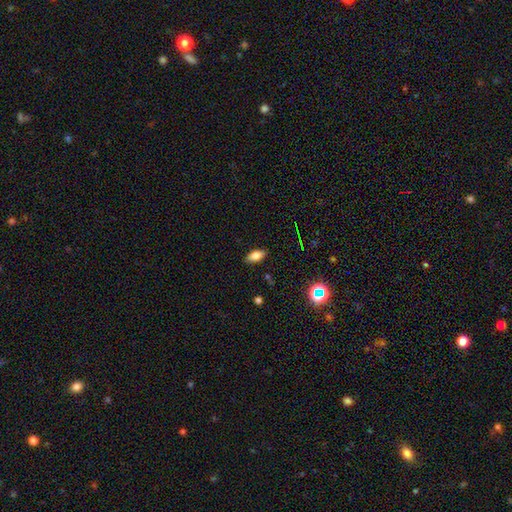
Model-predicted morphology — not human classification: A smooth galaxy with no disk features (79%) that is in between round and cigar-shaped (88%).

Vote fractions:
- Smooth or featured? smooth: 79% / featured or disk: 11% / star or artifact: 10%
- How rounded? in between: 88% / cigar-shaped: 8% / round: 4%
- Merging? none: 87% / minor disturbance: 10% / major disturbance: 2% / merger: 1%